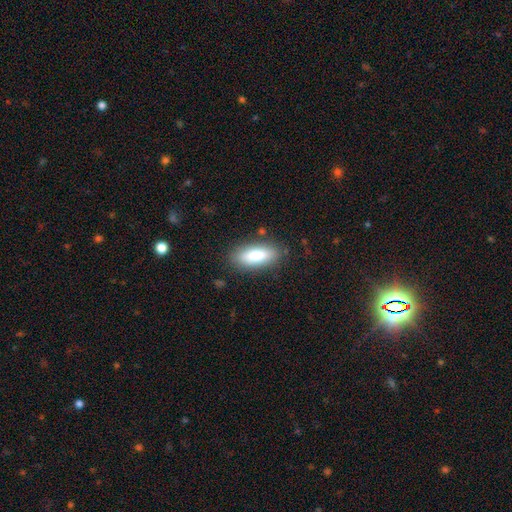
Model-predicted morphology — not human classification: This appears to be a smooth galaxy with no disk features (81%) that is in between round and cigar-shaped (77%). Merging: none (84%).